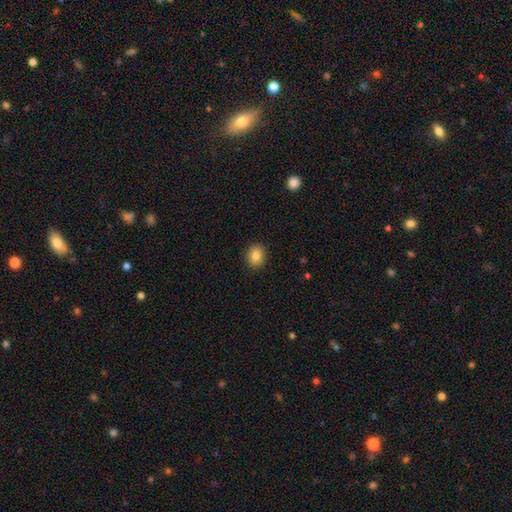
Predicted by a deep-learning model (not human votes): A smooth galaxy with no disk features (84%) that is round (53%). Merging: none (91%).